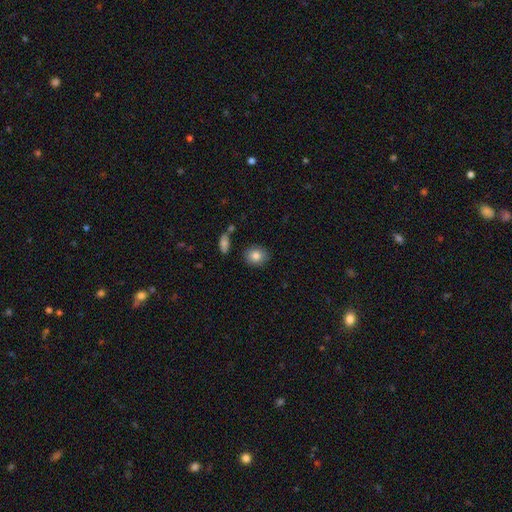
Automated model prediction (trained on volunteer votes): Smooth or featured?
  - smooth: 83% *
  - star or artifact: 8%
  - featured or disk: 8%
How rounded?
  - round: 74% *
  - in between: 24%
  - cigar-shaped: 1%
Merging?
  - none: 86% *
  - minor disturbance: 9%
  - merger: 3%
  - major disturbance: 2%